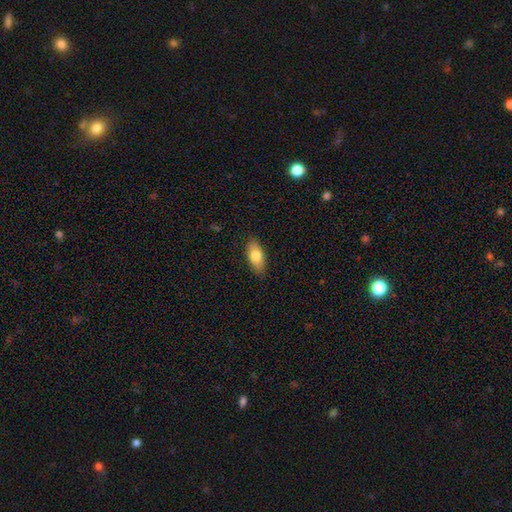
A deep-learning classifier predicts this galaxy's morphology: Smooth or featured? Predicted: smooth (p=0.77). How rounded? Predicted: in between (p=0.86). Merging? Predicted: none (p=0.87).